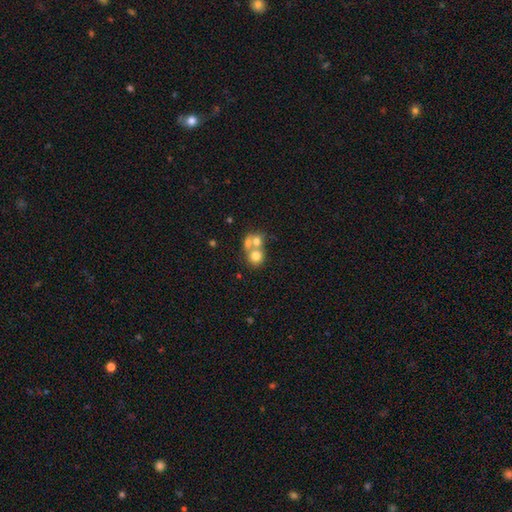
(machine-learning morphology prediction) Smooth or featured: smooth — 66% (featured or disk — 22%)
How rounded: round — 80% (in between — 19%)
Merging: merger — 59% (none — 32%)